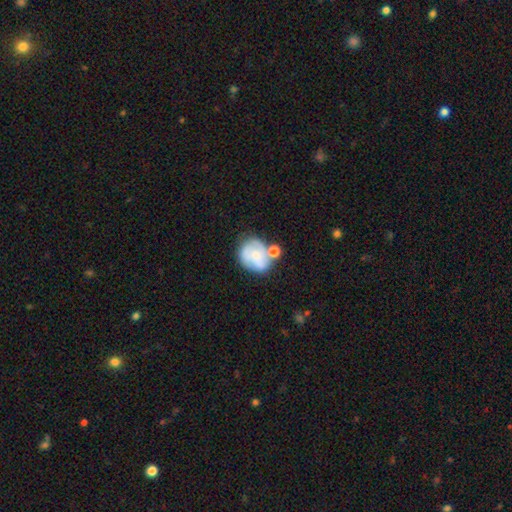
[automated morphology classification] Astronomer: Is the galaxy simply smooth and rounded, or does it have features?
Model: featured or disk — 48% (runner-up: smooth, 43%).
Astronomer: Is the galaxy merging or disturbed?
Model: none — 43% (runner-up: merger, 25%).